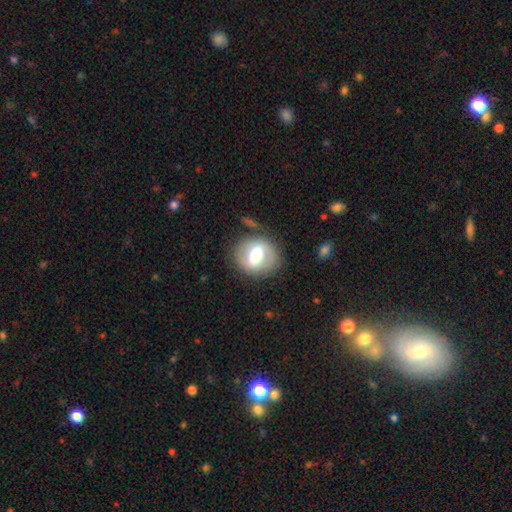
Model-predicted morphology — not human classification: Q: Smooth or featured?
A: smooth (49%); runner-up: featured or disk (44%)
Q: Merging?
A: none (75%); runner-up: minor disturbance (14%)